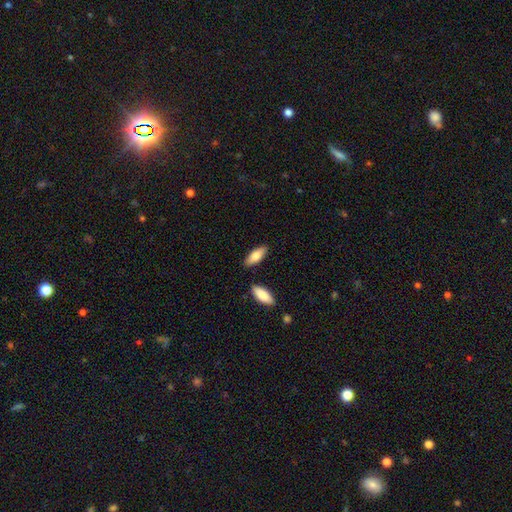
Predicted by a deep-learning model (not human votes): Morphology: type=smooth (81%); roundness=in between (75%); merging=none (82%).